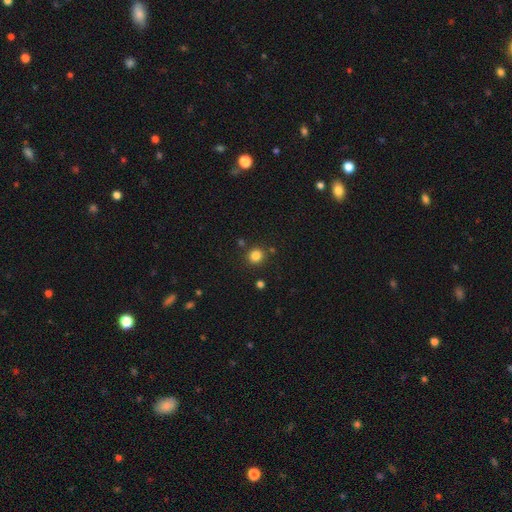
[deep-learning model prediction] This is clearly a smooth galaxy (83%). How rounded: clearly round (88%). Merging: clearly none (85%).